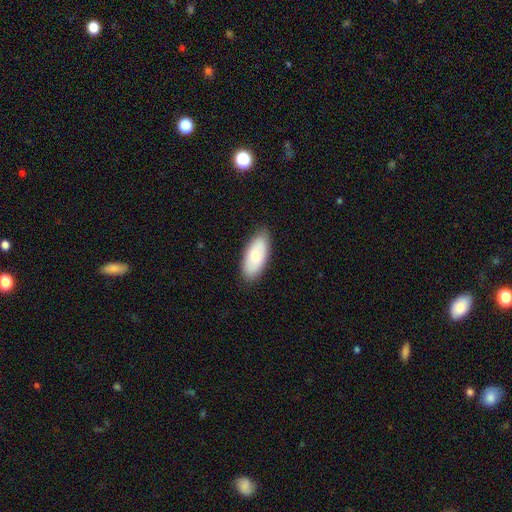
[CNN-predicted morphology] Smooth or featured? Predicted: smooth (p=0.67). How rounded? Predicted: in between (p=0.91). Merging? Predicted: none (p=0.85).